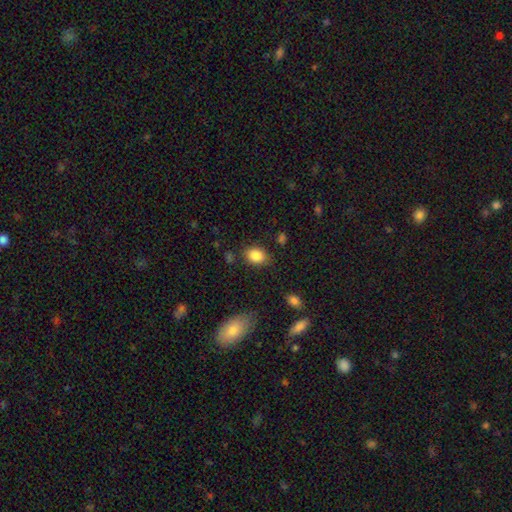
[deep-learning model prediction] A smooth galaxy with no disk features (86%) that is in between round and cigar-shaped (65%). Merging: none (80%).